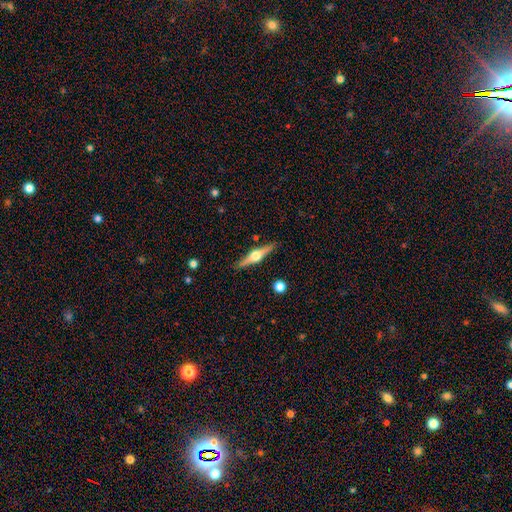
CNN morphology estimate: Smooth or featured? featured or disk (75%)
Edge-on disk? yes (98%)
Edge-on bulge? rounded (95%)
Merging? none (90%)